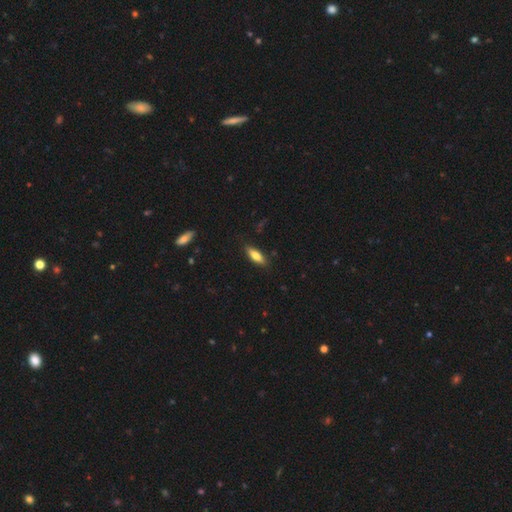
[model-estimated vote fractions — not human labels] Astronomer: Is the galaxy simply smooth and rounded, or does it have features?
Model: smooth — 72%.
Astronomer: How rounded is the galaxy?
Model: in between — 57% (runner-up: cigar-shaped, 41%).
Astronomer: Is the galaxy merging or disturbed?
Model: none — 85%.